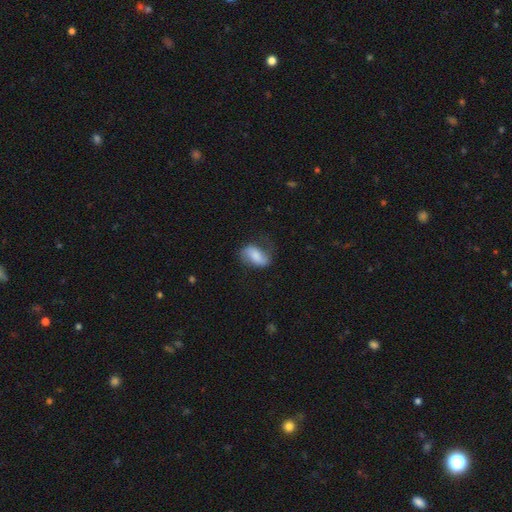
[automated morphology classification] The model was most divided on "smooth or featured": smooth: 48%, featured or disk: 45%, star or artifact: 8%. More confident: merging — none (59%).